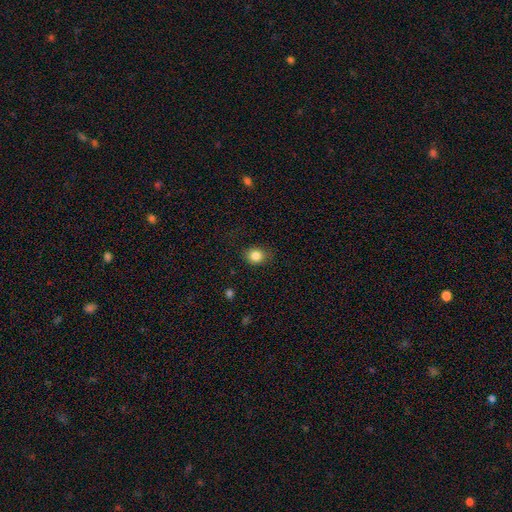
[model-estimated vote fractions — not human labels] smooth-or-featured: smooth: 84% | star or artifact: 10% | featured or disk: 6%
  how-rounded: round: 69% | in between: 30% | cigar-shaped: 1%
  merging: none: 83% | minor disturbance: 13% | major disturbance: 3% | merger: 1%